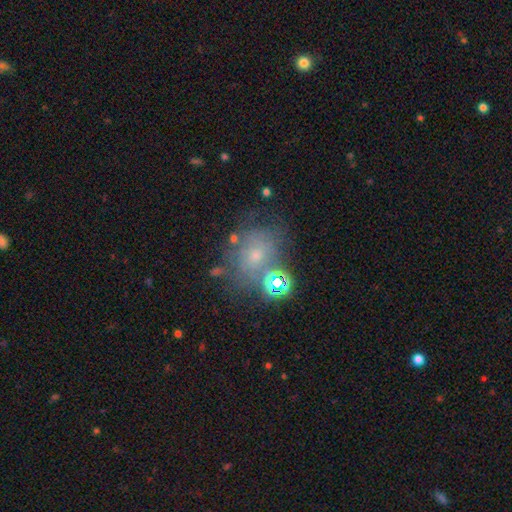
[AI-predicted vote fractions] The model was most divided on "smooth or featured": smooth: 42%, featured or disk: 31%, star or artifact: 27%. More confident: merging — none (56%).